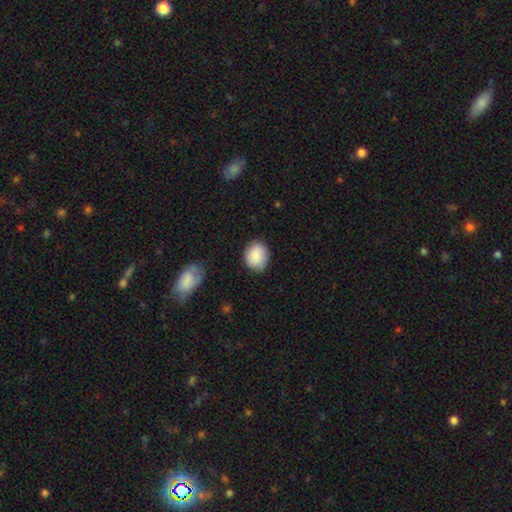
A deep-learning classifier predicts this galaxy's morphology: Smooth or featured?
  - smooth: 85% *
  - featured or disk: 8%
  - star or artifact: 7%
How rounded?
  - round: 56% *
  - in between: 43%
  - cigar-shaped: 1%
Merging?
  - none: 77% *
  - minor disturbance: 18%
  - major disturbance: 3%
  - merger: 2%